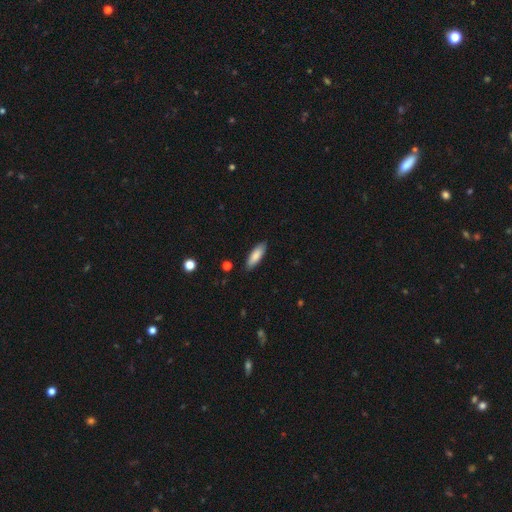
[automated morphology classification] Smooth or featured? smooth (83%)
How rounded? in between (54%)
Merging? none (87%)